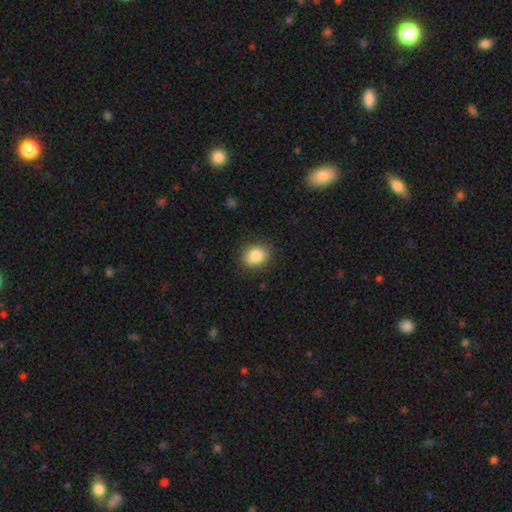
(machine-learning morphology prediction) This appears to be a smooth galaxy with no disk features (86%) that is round (59%). Merging: none (86%).